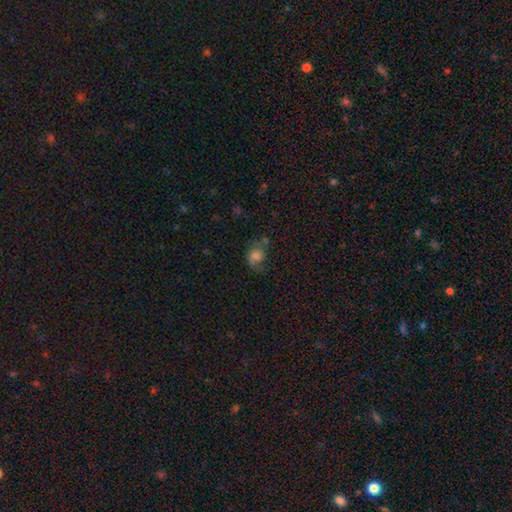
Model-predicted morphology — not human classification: Smooth or featured?
  - smooth: 66% *
  - featured or disk: 21%
  - star or artifact: 13%
How rounded?
  - in between: 51% *
  - round: 48%
  - cigar-shaped: 1%
Merging?
  - none: 39% *
  - minor disturbance: 30%
  - major disturbance: 24%
  - merger: 7%